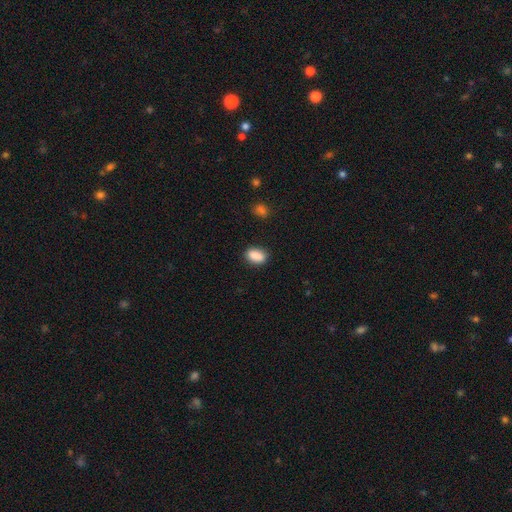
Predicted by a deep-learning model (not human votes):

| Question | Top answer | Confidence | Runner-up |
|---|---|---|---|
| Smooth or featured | smooth | 89% | star or artifact (8%) |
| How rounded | in between | 87% | round (9%) |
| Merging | none | 84% | minor disturbance (11%) |